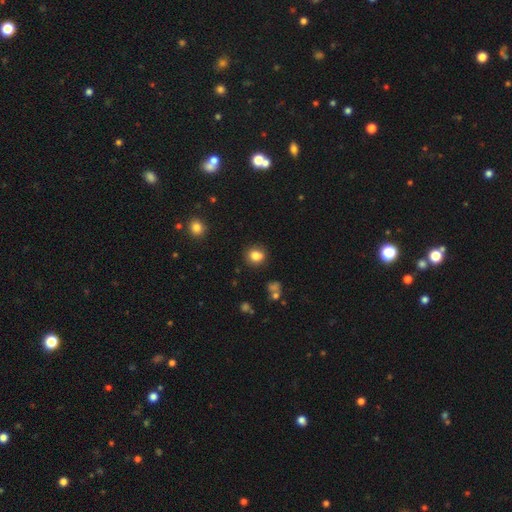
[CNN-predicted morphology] A smooth galaxy with no disk features (82%) that is round (70%).

Vote fractions:
- Smooth or featured? smooth: 82% / star or artifact: 11% / featured or disk: 7%
- How rounded? round: 70% / in between: 29% / cigar-shaped: 1%
- Merging? none: 81% / minor disturbance: 12% / major disturbance: 3% / merger: 3%